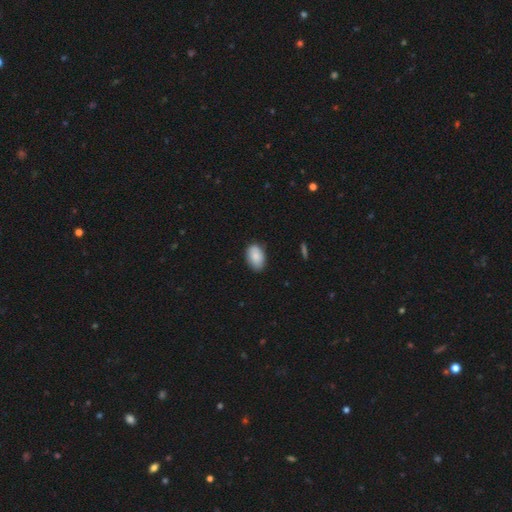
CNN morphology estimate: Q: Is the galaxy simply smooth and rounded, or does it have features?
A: smooth — 86%.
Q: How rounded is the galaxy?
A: in between — 90%.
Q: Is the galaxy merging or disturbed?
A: none — 80%.